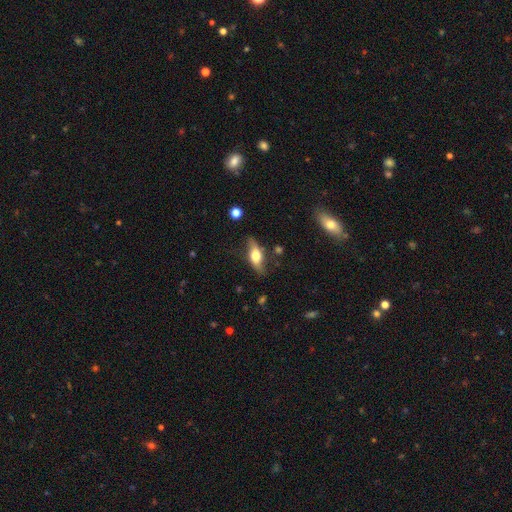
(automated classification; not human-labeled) Overall: featured or disk (48%; smooth 45%). Merging: none (70%).